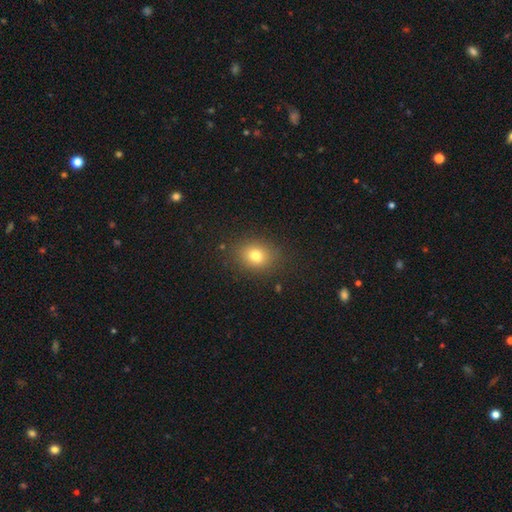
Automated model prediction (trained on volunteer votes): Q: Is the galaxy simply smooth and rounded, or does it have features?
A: smooth — 77%.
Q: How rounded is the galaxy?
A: round — 53%.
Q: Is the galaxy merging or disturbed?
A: none — 86%.